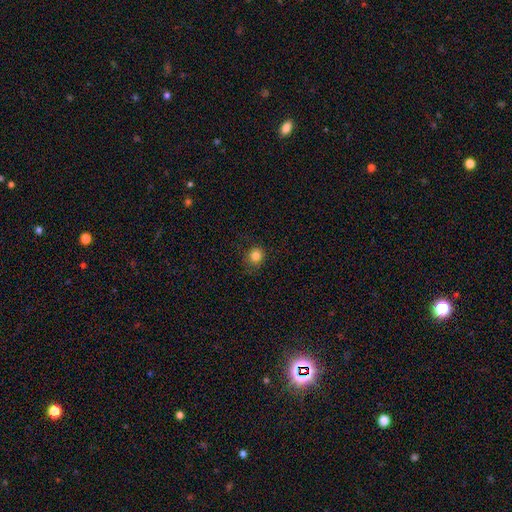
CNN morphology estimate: This is clearly a smooth galaxy (84%). How rounded: clearly round (84%). Merging: clearly none (81%).